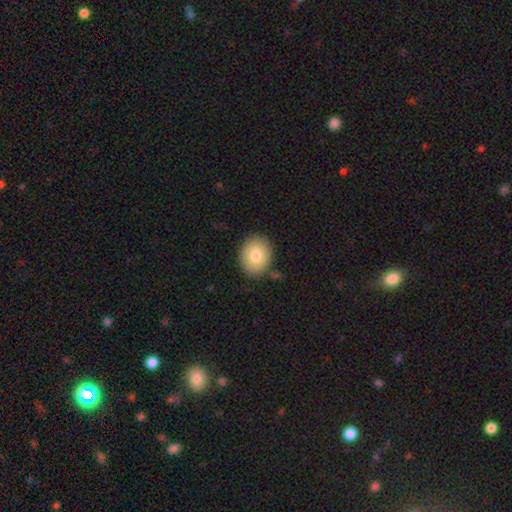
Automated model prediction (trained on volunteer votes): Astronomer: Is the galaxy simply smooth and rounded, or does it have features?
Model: smooth — 81%.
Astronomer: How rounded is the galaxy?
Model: round — 58% (runner-up: in between, 42%).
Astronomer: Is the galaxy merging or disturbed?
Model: none — 83%.